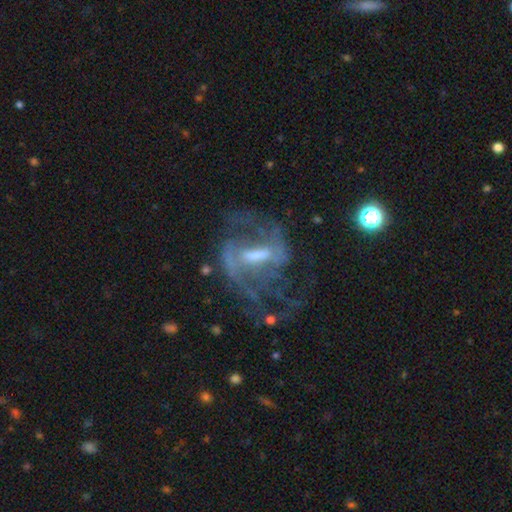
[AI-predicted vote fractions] This appears to be a featured or disk galaxy (85%) with a strong bar (44%, tied with weak), 2 (62%) medium (49%) spiral arms (90%) and a moderate central bulge (46%). Merging: none (50%).